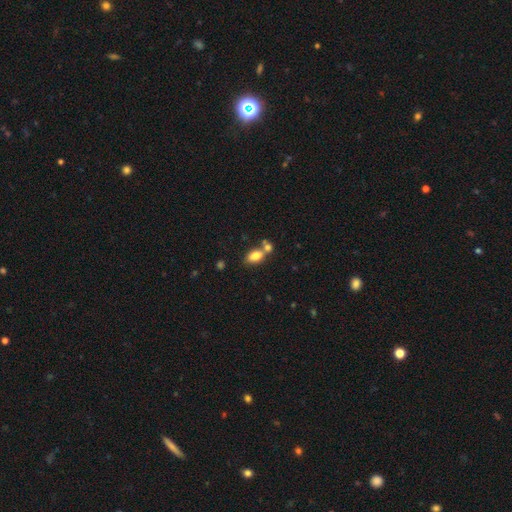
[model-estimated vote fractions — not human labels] A smooth galaxy with no disk features (80%) that is in between round and cigar-shaped (87%). Merging: none (45%).